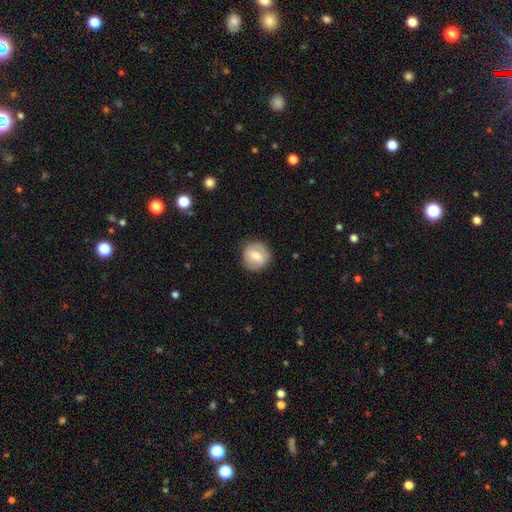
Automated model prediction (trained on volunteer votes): This is possibly a smooth galaxy (59%). How rounded: clearly round (88%). Merging: clearly none (84%).